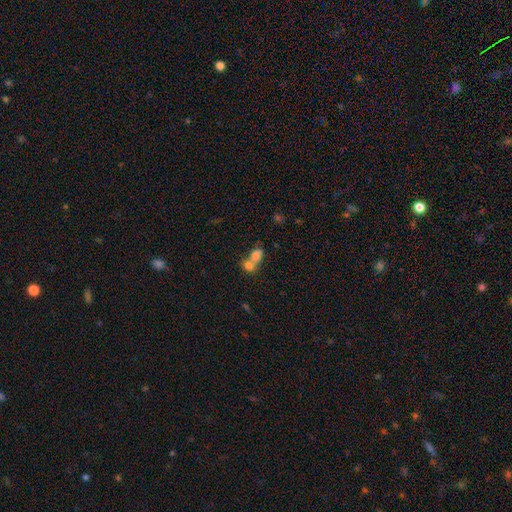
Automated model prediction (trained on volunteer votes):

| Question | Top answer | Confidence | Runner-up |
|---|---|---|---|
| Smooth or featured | smooth | 76% | featured or disk (14%) |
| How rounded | in between | 65% | round (32%) |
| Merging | merger | 71% | none (20%) |